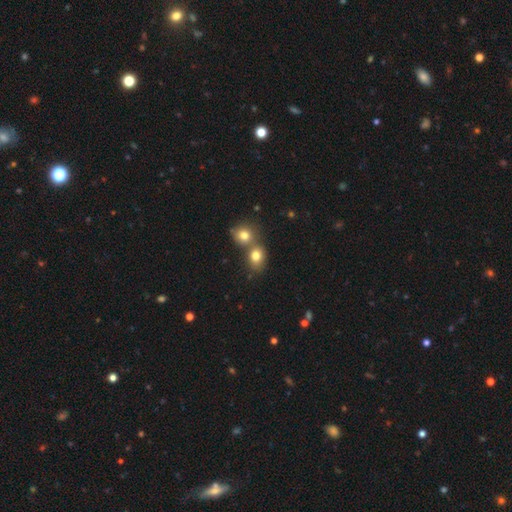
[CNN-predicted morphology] Smooth or featured? Predicted: smooth (p=0.78). How rounded? Predicted: round (p=0.55). Merging? Predicted: merger (p=0.49).